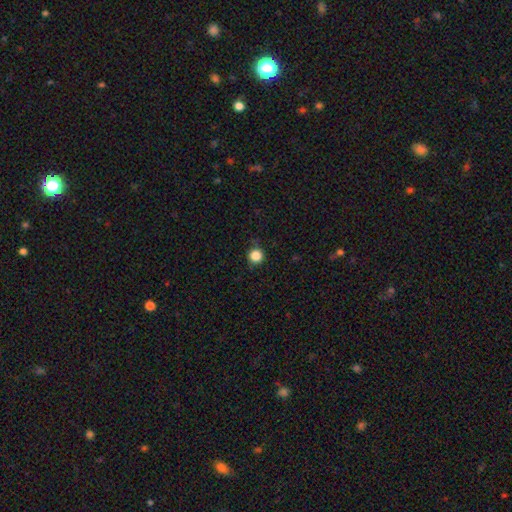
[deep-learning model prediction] This is clearly a smooth galaxy (85%). How rounded: clearly round (94%). Merging: clearly none (87%).